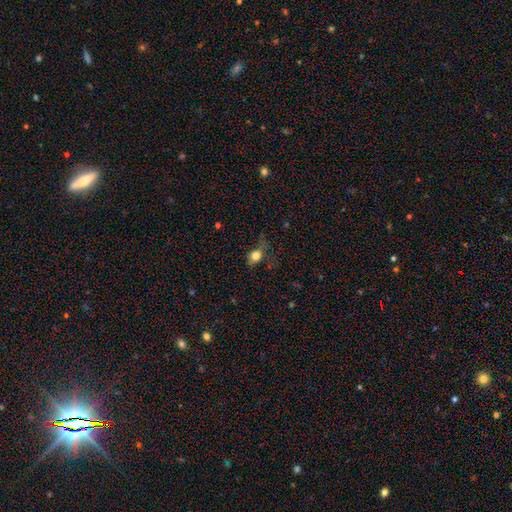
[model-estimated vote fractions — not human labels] Overall: smooth (77%). How rounded: in between (58%; round 38%). Merging: none (41%; minor disturbance 29%).